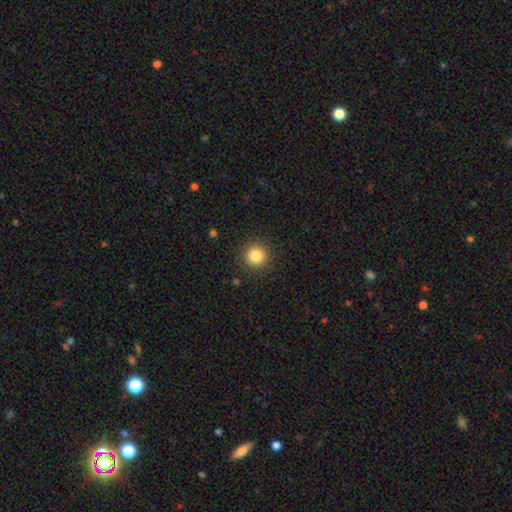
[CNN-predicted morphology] type=smooth (84%); roundness=round (95%); merging=none (91%).